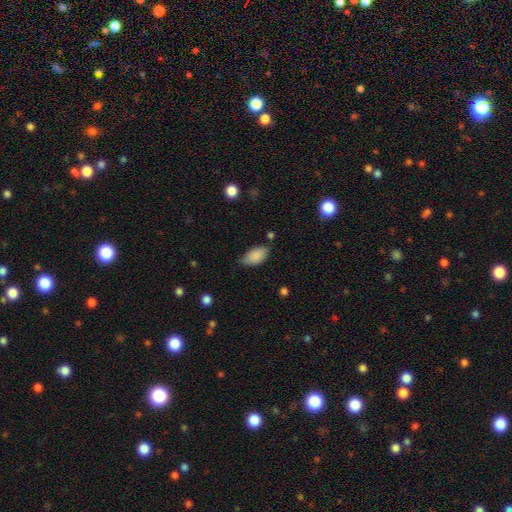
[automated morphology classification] Smooth or featured? smooth (87%)
How rounded? in between (93%)
Merging? none (67%)